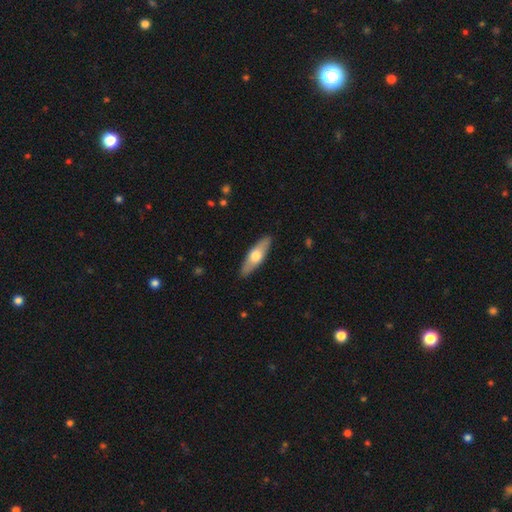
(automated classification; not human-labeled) Smooth or featured: smooth — 54% (featured or disk — 41%)
How rounded: cigar-shaped — 50% (in between — 47%)
Merging: none — 89% (minor disturbance — 8%)